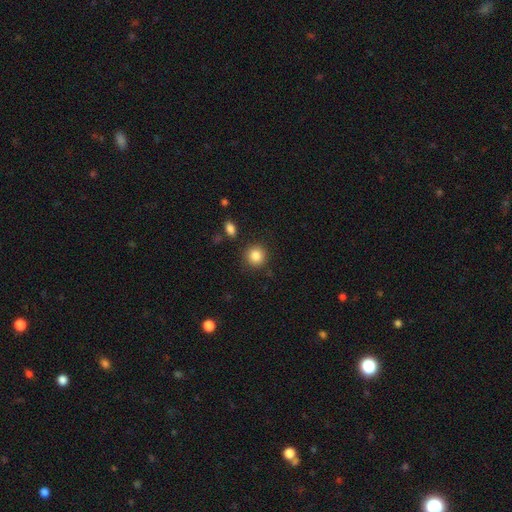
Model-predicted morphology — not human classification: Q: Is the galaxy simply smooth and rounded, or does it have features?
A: smooth — 86%.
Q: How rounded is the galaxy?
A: round — 91%.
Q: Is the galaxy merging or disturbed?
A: none — 88%.